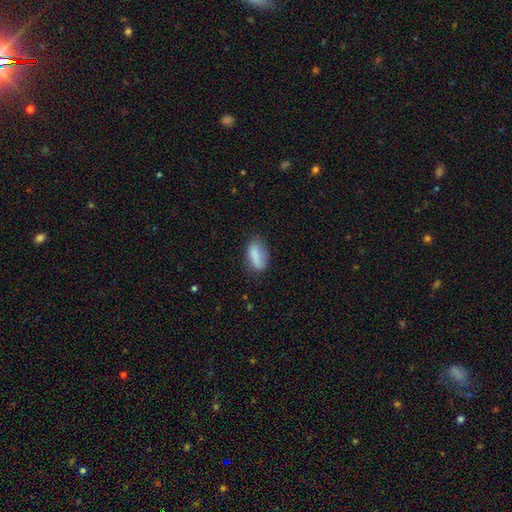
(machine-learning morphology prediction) This is clearly a smooth galaxy (84%). How rounded: clearly in between (86%). Merging: likely none (66%).